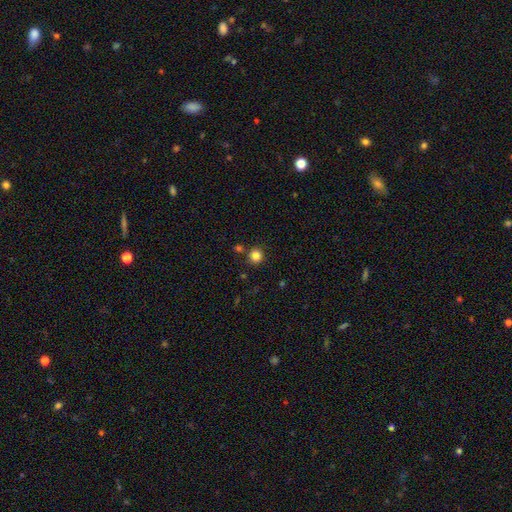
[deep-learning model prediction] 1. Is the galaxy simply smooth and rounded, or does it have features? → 84% smooth, 12% star or artifact, 4% featured or disk.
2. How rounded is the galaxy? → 93% round, 6% in between, 1% cigar-shaped.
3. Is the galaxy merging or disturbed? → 84% none, 7% merger, 7% minor disturbance, 2% major disturbance.